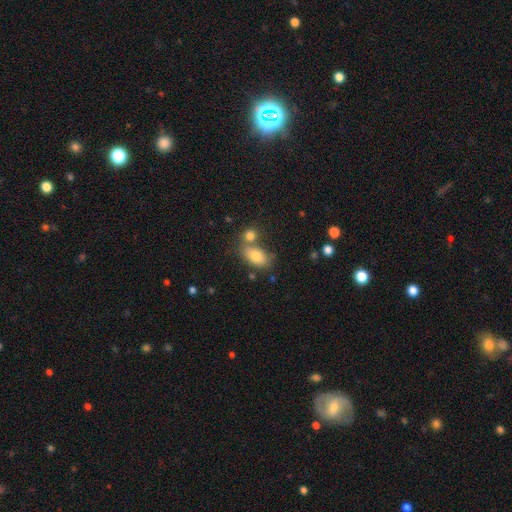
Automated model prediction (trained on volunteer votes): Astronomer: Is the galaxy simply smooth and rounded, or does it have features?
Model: smooth — 79%.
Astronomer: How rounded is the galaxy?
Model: in between — 90%.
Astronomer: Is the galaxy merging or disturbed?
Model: none — 56%.